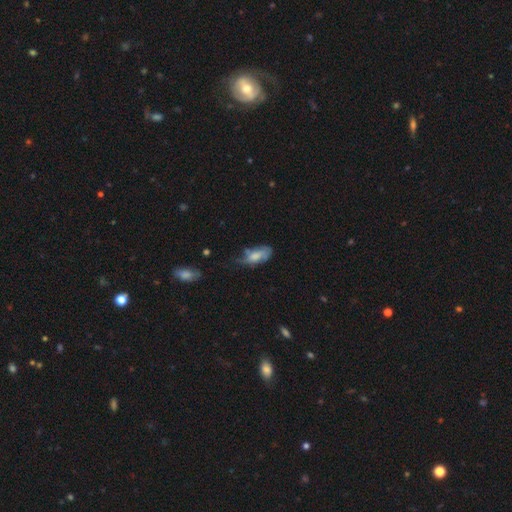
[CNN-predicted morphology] smooth_or_featured: smooth (p=0.63) [alt: featured or disk p=0.29]
how_rounded: in between (p=0.85) [alt: cigar-shaped p=0.12]
merging: minor disturbance (p=0.37) [alt: none p=0.34]